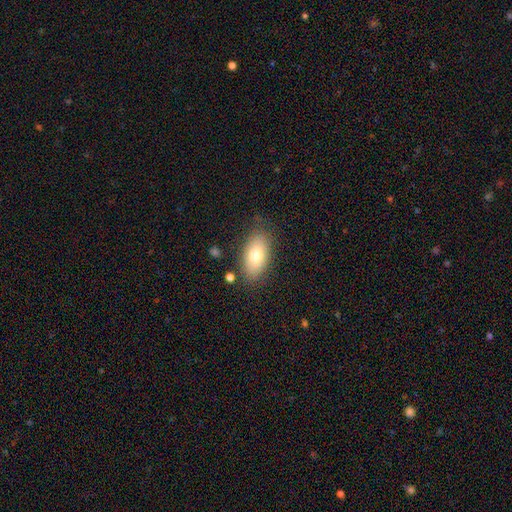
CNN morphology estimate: smooth-or-featured: smooth: 74% | featured or disk: 18% | star or artifact: 8%
  how-rounded: in between: 90% | cigar-shaped: 5% | round: 5%
  merging: none: 81% | minor disturbance: 13% | major disturbance: 4% | merger: 2%